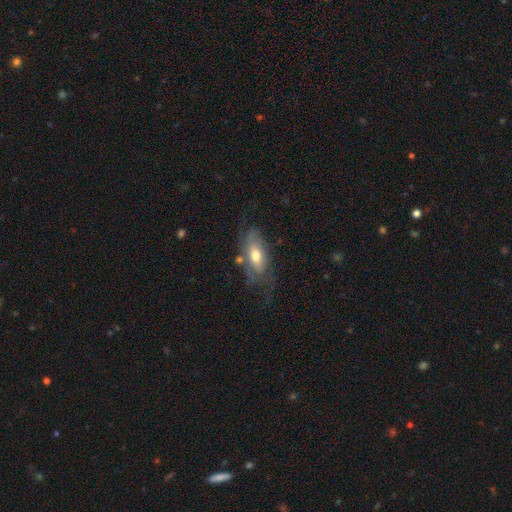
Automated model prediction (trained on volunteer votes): This is possibly a smooth galaxy (47%). Merging: possibly none (49%).